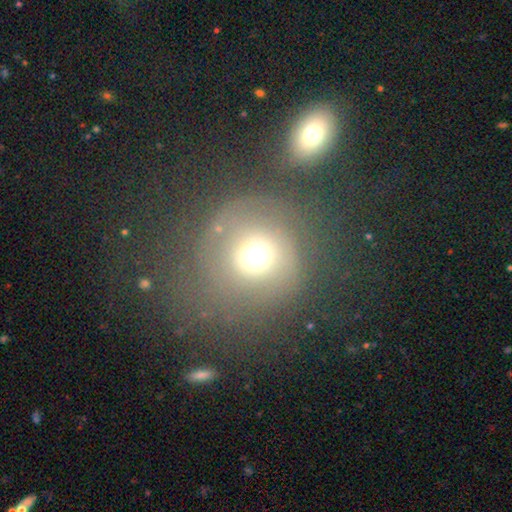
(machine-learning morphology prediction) This appears to be a smooth galaxy with no disk features (61%) that is round (92%). Merging: none (63%).